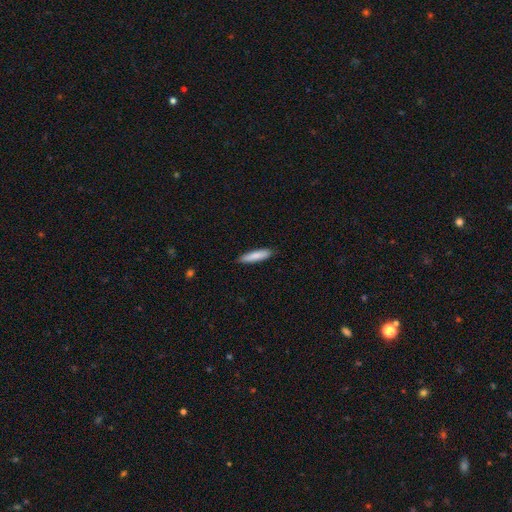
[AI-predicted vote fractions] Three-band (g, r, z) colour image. It shows a smooth galaxy with no disk features (84%) that is cigar-shaped (81%). Merging: none (88%).